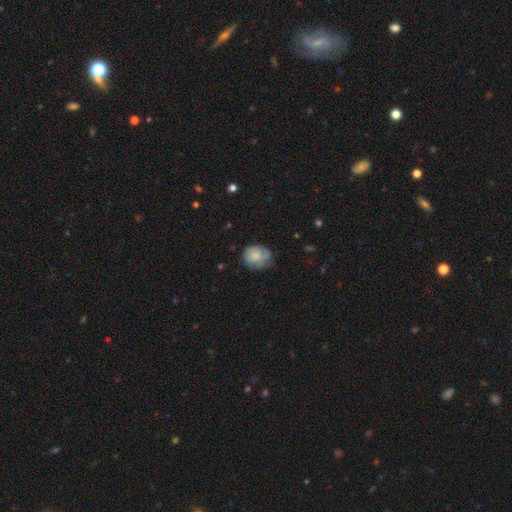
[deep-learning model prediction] This appears to be a smooth galaxy with no disk features (65%) that is round (64%). Merging: none (53%).